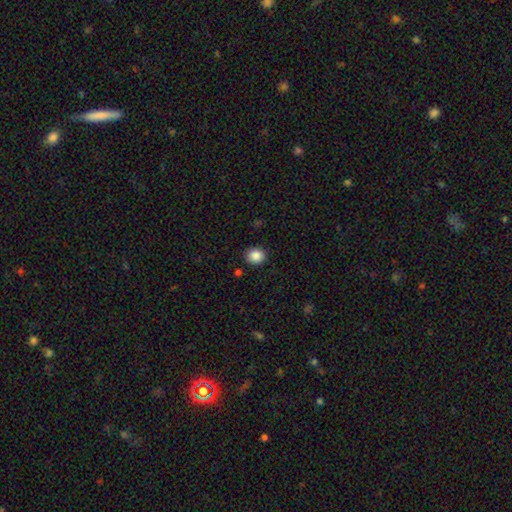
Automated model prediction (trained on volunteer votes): Smooth or featured?
  - smooth: 87% *
  - star or artifact: 9%
  - featured or disk: 3%
How rounded?
  - round: 74% *
  - in between: 25%
  - cigar-shaped: 1%
Merging?
  - none: 89% *
  - minor disturbance: 7%
  - major disturbance: 2%
  - merger: 1%